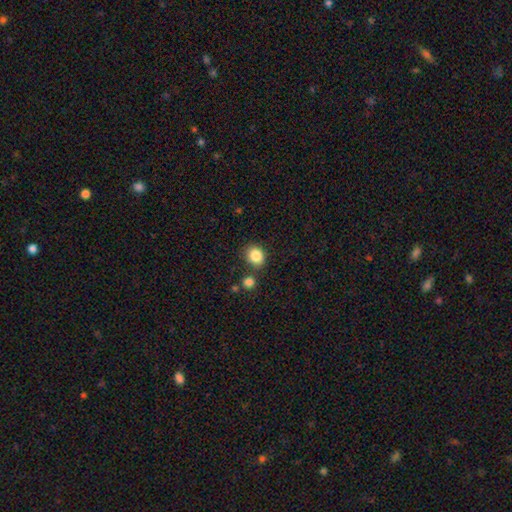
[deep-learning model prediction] A smooth galaxy with no disk features (86%) that is round (66%).

Vote fractions:
- Smooth or featured? smooth: 86% / star or artifact: 9% / featured or disk: 4%
- How rounded? round: 66% / in between: 33% / cigar-shaped: 1%
- Merging? none: 76% / minor disturbance: 11% / merger: 9% / major disturbance: 3%